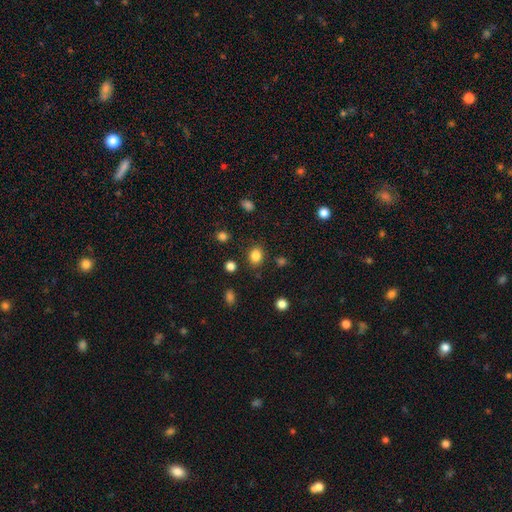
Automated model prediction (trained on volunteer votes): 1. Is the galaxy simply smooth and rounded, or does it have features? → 84% smooth, 12% star or artifact, 5% featured or disk.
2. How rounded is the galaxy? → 56% round, 43% in between, 1% cigar-shaped.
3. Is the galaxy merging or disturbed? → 84% none, 10% minor disturbance, 3% major disturbance, 3% merger.